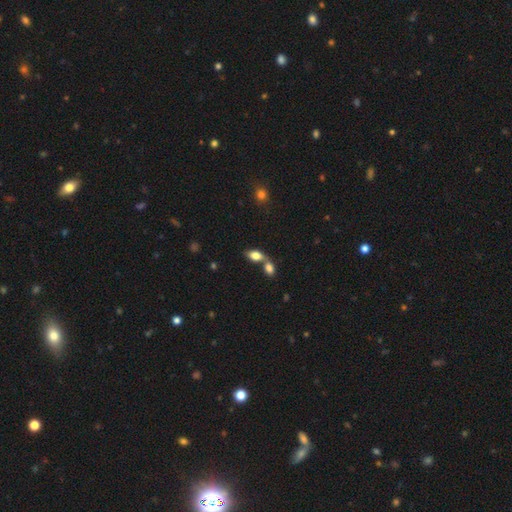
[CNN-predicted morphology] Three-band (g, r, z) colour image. It shows a smooth galaxy with no disk features (78%) that is in between round and cigar-shaped (87%). Merging: merger (57%).